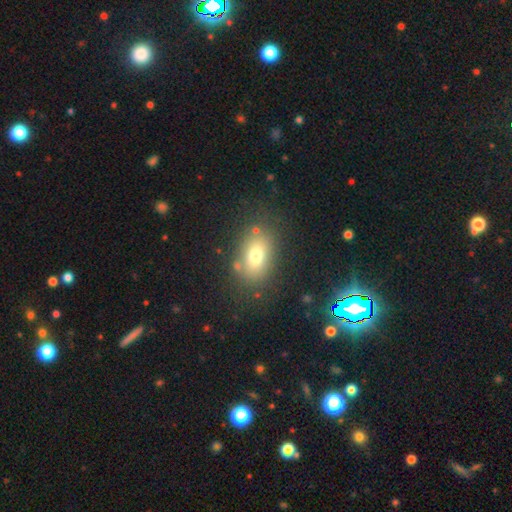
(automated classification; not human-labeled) smooth_or_featured: smooth (p=0.73) [alt: featured or disk p=0.14]
how_rounded: in between (p=0.79) [alt: round p=0.19]
merging: none (p=0.77) [alt: minor disturbance p=0.12]